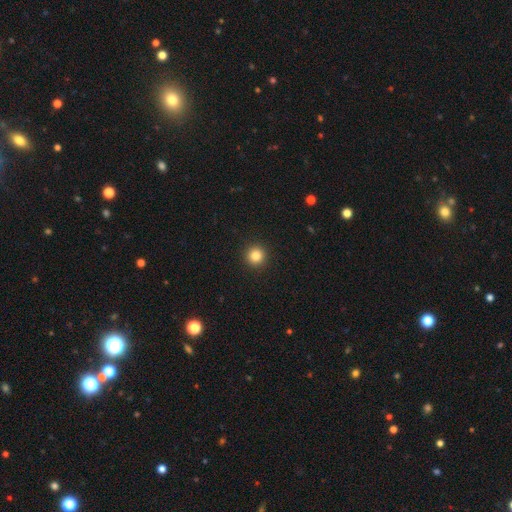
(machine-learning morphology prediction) This is clearly a smooth galaxy (84%). How rounded: clearly round (96%). Merging: clearly none (93%).